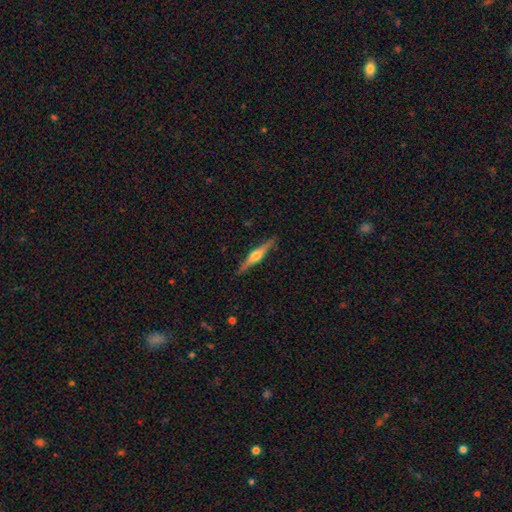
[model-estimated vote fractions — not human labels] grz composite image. It shows a featured or disk galaxy (73%) viewed edge-on (98%) with a rounded central bulge (88%). Merging: none (89%).